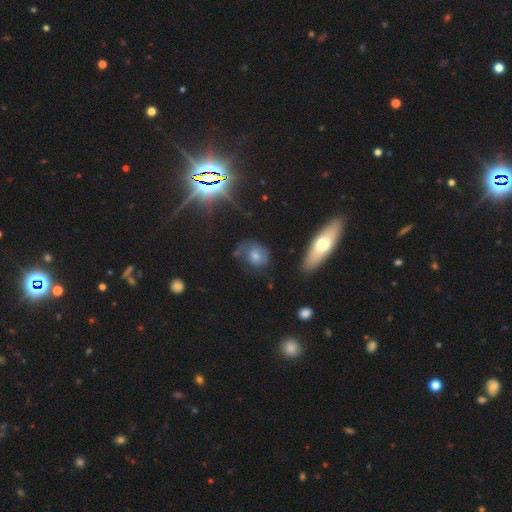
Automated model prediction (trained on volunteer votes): smooth 60%, featured or disk 24%, star or artifact 16%. Down the decision tree: how rounded — round (51%); merging — none (49%).